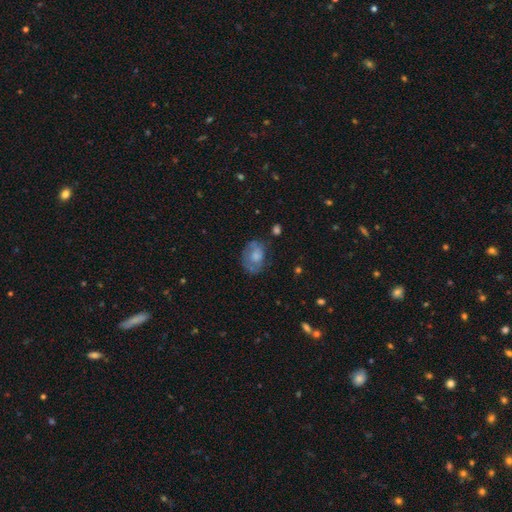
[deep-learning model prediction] smooth 59%, featured or disk 32%, star or artifact 9%. Down the decision tree: how rounded — in between (68%); merging — none (54%).